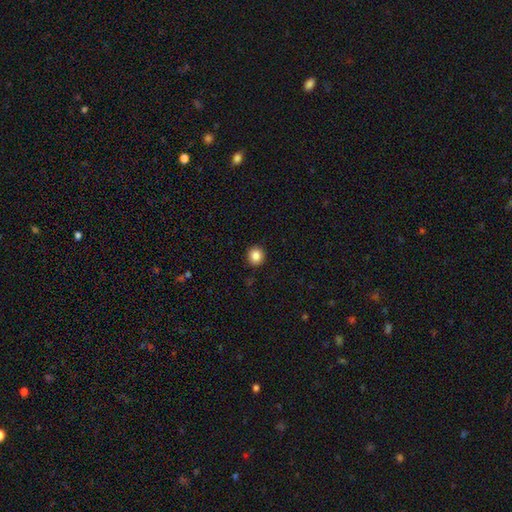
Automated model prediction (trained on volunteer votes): A smooth galaxy with no disk features (86%) that is round (89%).

Vote fractions:
- Smooth or featured? smooth: 86% / star or artifact: 10% / featured or disk: 5%
- How rounded? round: 89% / in between: 10% / cigar-shaped: 1%
- Merging? none: 92% / minor disturbance: 5% / major disturbance: 2% / merger: 1%